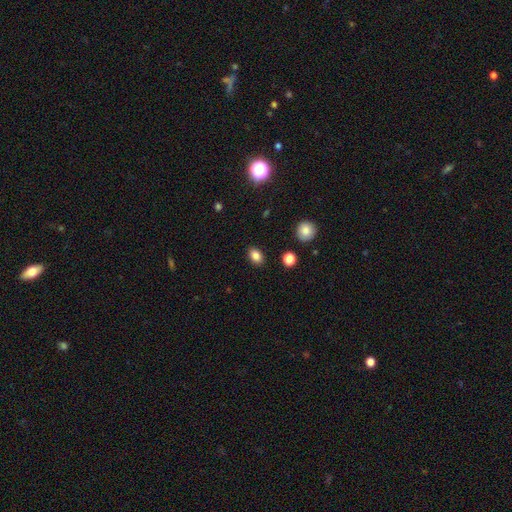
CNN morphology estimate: Smooth or featured?
  - smooth: 84% *
  - star or artifact: 11%
  - featured or disk: 5%
How rounded?
  - in between: 74% *
  - round: 25%
  - cigar-shaped: 1%
Merging?
  - none: 88% *
  - minor disturbance: 8%
  - major disturbance: 2%
  - merger: 2%